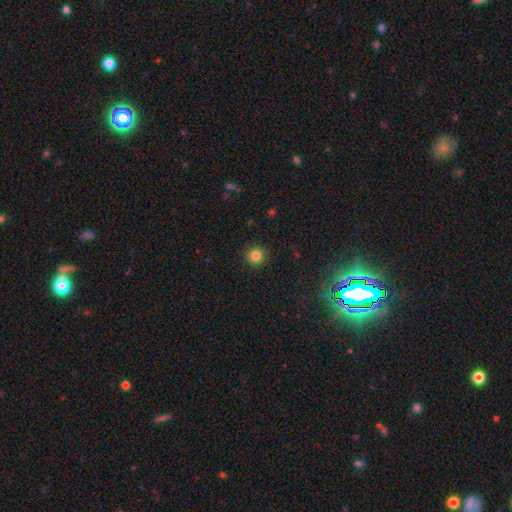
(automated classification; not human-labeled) smooth 83%, star or artifact 12%, featured or disk 5%. Down the decision tree: how rounded — round (95%); merging — none (91%).